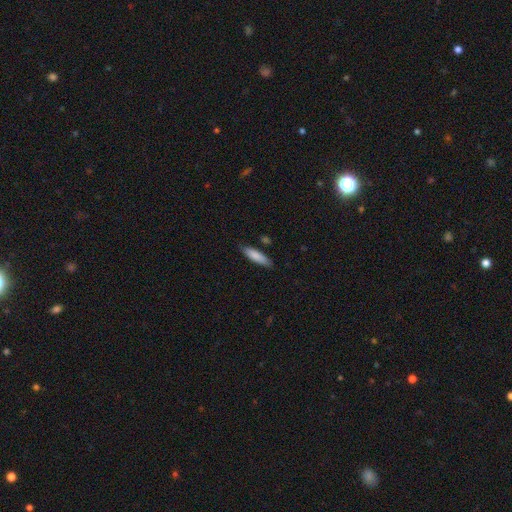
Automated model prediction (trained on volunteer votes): This appears to be a smooth galaxy with no disk features (82%) that is cigar-shaped (65%). Merging: none (81%).